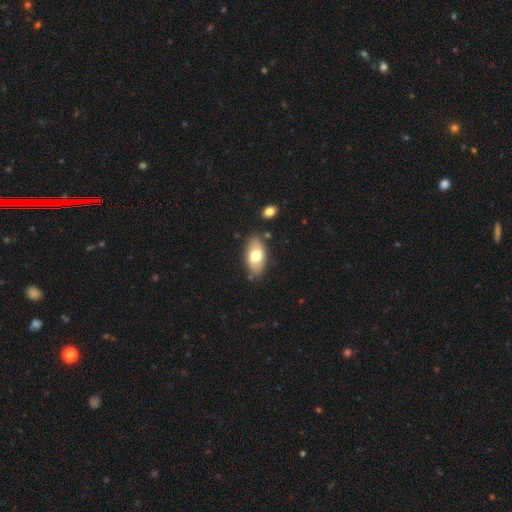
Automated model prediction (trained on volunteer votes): Smooth or featured: smooth — 70% (featured or disk — 23%)
How rounded: in between — 92% (round — 4%)
Merging: none — 80% (minor disturbance — 13%)